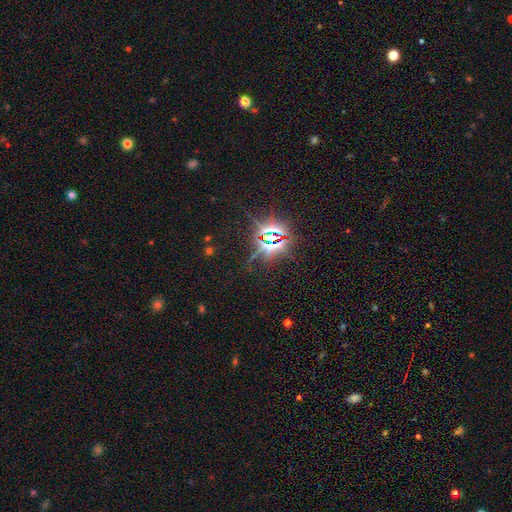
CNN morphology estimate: type=star or artifact (84%).